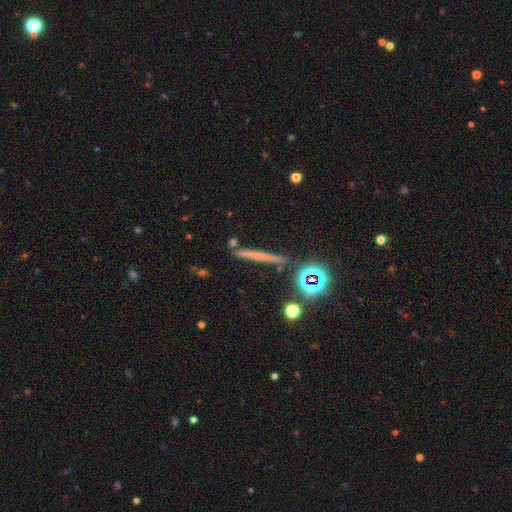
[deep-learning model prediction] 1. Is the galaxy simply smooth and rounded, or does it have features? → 36% featured or disk, 33% smooth, 31% star or artifact.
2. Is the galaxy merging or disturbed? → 81% none, 10% minor disturbance, 5% merger, 4% major disturbance.